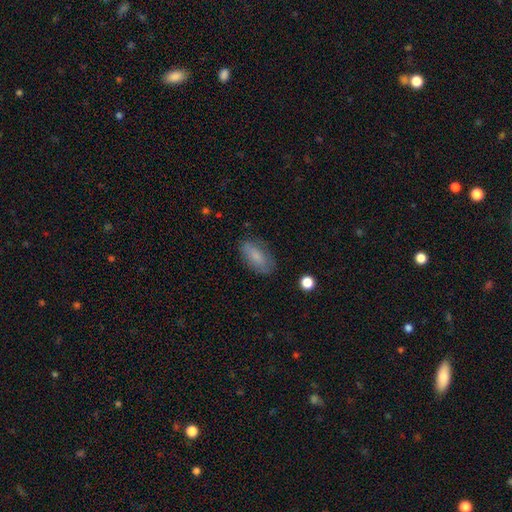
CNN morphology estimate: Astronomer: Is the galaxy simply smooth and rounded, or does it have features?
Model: smooth — 77%.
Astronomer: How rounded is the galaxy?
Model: in between — 87%.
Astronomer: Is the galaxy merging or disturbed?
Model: none — 77%.